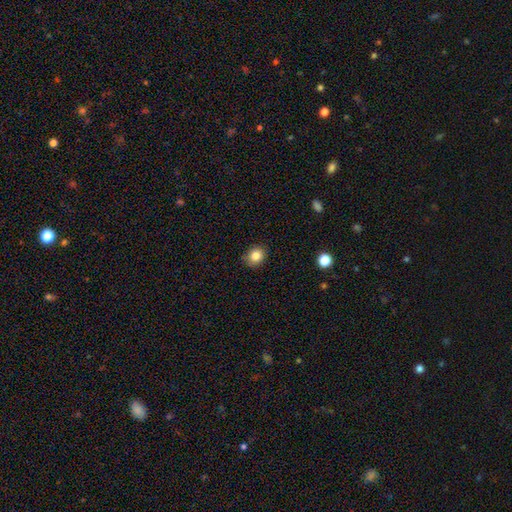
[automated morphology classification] smooth 83%, star or artifact 11%, featured or disk 6%. Down the decision tree: how rounded — round (71%); merging — none (86%).